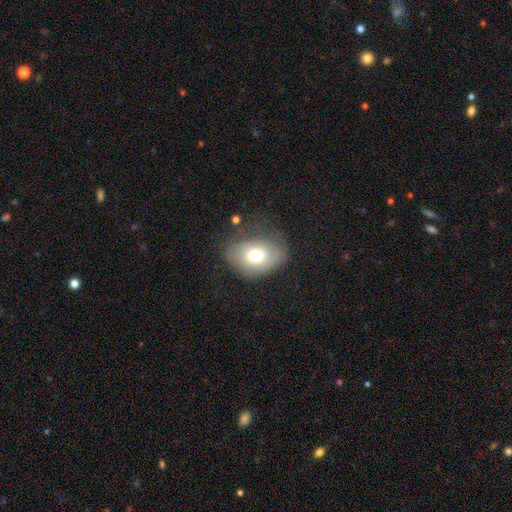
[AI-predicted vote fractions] This is likely a smooth galaxy (68%). How rounded: likely in between (71%). Merging: possibly none (58%).